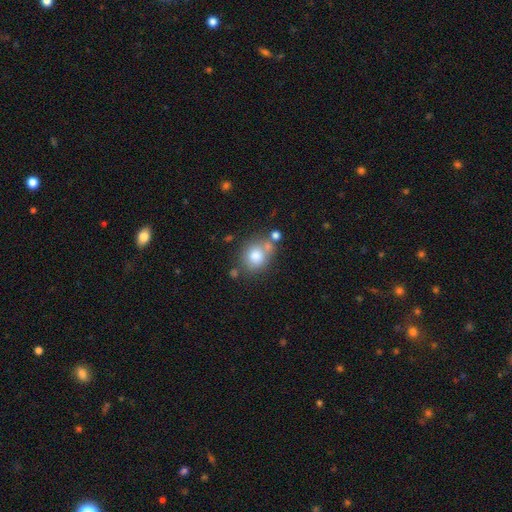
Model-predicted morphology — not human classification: The model was most divided on "merging": none: 59%, merger: 18%, minor disturbance: 16%, major disturbance: 6%. More confident: smooth or featured — smooth (80%); how rounded — round (71%).